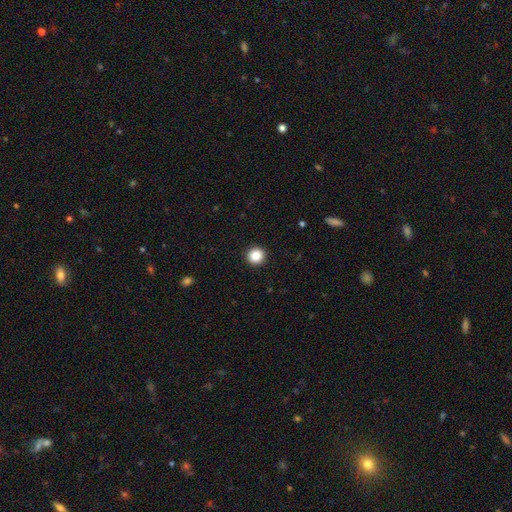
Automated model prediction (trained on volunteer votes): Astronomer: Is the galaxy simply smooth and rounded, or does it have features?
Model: smooth — 87%.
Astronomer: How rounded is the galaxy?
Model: round — 95%.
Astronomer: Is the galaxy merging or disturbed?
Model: none — 93%.